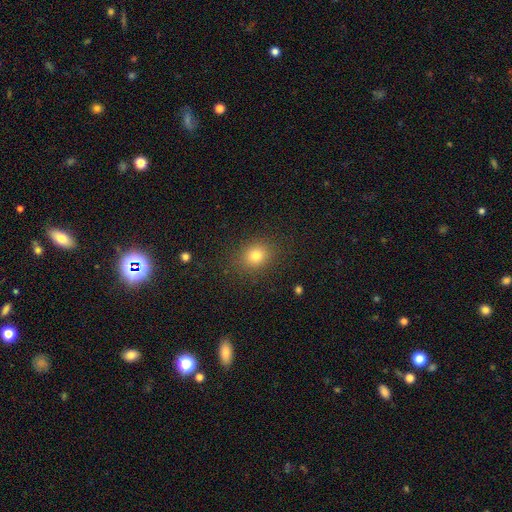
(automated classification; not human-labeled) Smooth or featured: smooth — 79% (star or artifact — 14%)
How rounded: round — 67% (in between — 32%)
Merging: none — 87% (minor disturbance — 8%)